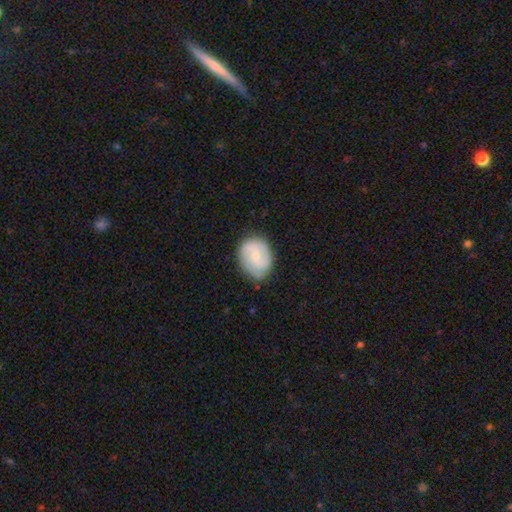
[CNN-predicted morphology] Overall: featured or disk (62%; smooth 32%). Edge-on disk: no (98%). Bar: weak (51%; no 39%). Spiral arms: yes (91%). Spiral arm count: 2 (80%). Spiral winding: medium (47%; tight 34%). Bulge size: small (59%; moderate 29%). Merging: none (79%).